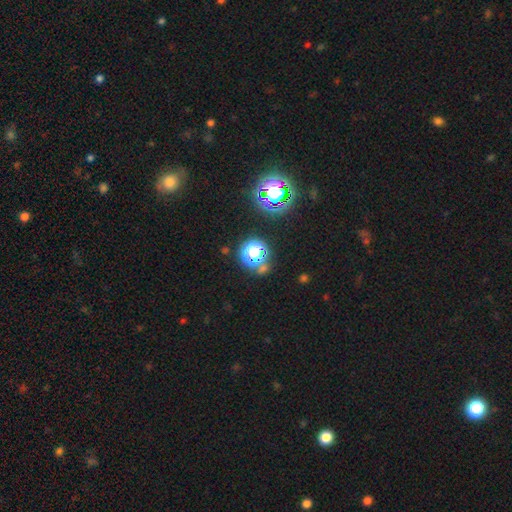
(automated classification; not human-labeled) Overall: star or artifact (68%).